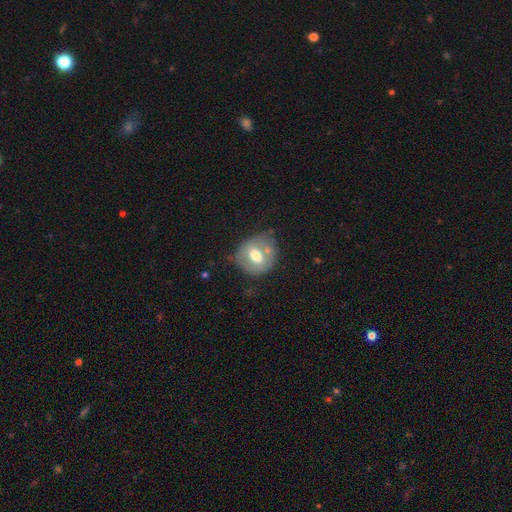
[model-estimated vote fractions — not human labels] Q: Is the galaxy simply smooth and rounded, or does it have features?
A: smooth — 55%.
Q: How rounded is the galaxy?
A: round — 73%.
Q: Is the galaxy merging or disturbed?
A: none — 60%.